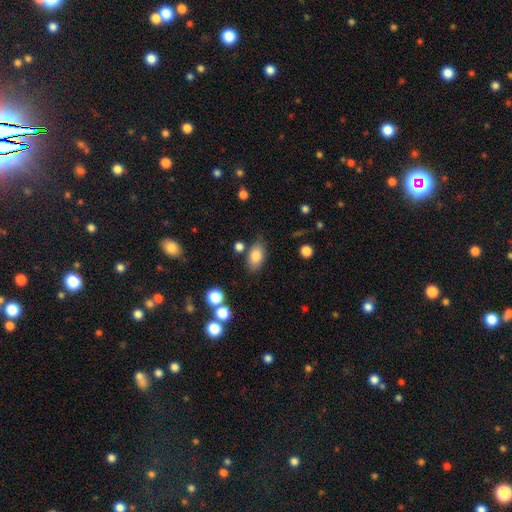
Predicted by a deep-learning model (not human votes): smooth_or_featured: smooth (p=0.82) [alt: featured or disk p=0.10]
how_rounded: in between (p=0.90) [alt: round p=0.07]
merging: none (p=0.75) [alt: minor disturbance p=0.15]